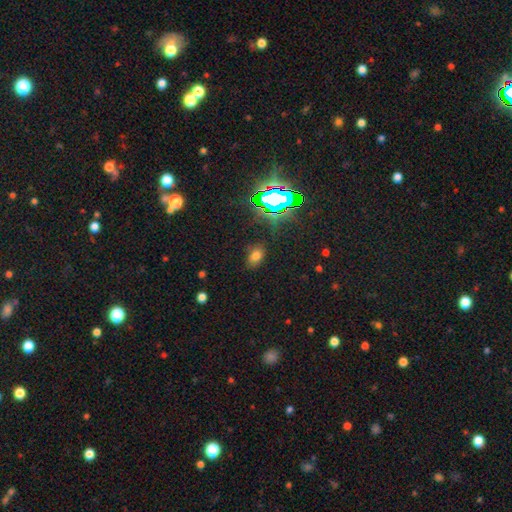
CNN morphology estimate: type=smooth (65%); roundness=in between (79%); merging=none (82%).